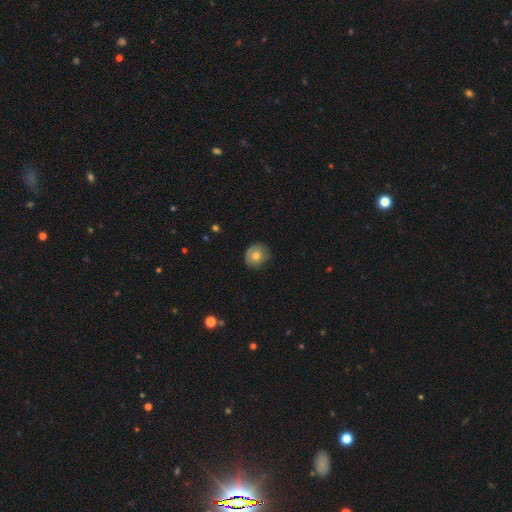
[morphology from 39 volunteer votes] Volunteers were most divided on "smooth or featured": featured or disk: 49%, smooth: 41%, star or artifact: 10%. More confident: bar — no (94%); edge-on disk — no (84%); bulge size — moderate (75%); spiral arms — no (62%); merging — none (57%).